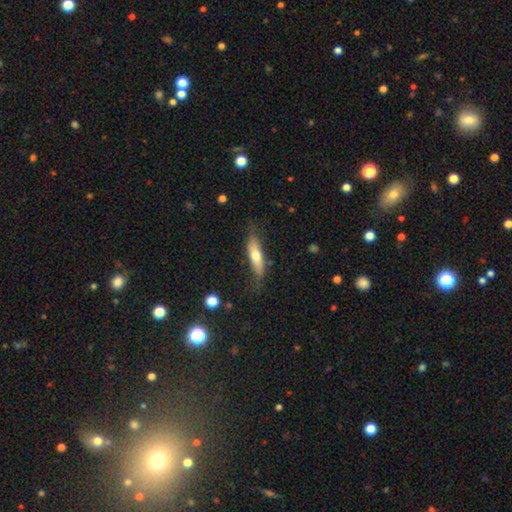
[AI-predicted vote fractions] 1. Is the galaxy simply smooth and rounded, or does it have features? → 60% smooth, 34% featured or disk, 6% star or artifact.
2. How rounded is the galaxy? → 64% cigar-shaped, 34% in between, 2% round.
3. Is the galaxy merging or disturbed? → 70% none, 22% minor disturbance, 6% major disturbance, 2% merger.